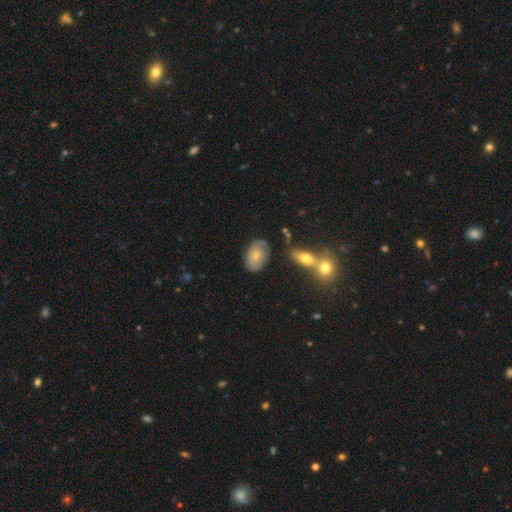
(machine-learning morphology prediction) Smooth or featured? Predicted: smooth (p=0.50). How rounded? Predicted: in between (p=0.85). Merging? Predicted: none (p=0.75).